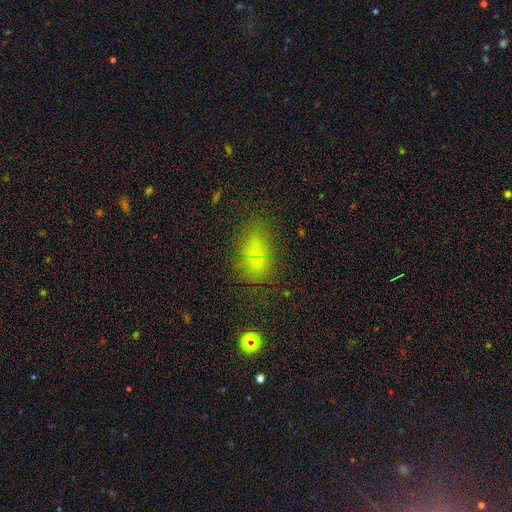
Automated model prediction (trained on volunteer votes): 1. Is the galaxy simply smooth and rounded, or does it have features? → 66% smooth, 20% star or artifact, 14% featured or disk.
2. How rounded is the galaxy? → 82% in between, 11% round, 7% cigar-shaped.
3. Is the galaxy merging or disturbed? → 61% none, 20% minor disturbance, 12% major disturbance, 7% merger.